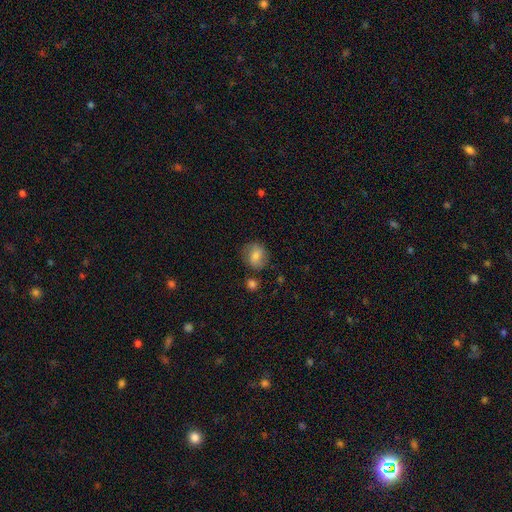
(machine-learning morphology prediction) The model was most divided on "how rounded": round: 69%, in between: 29%, cigar-shaped: 1%. More confident: merging — none (75%); smooth or featured — smooth (71%).